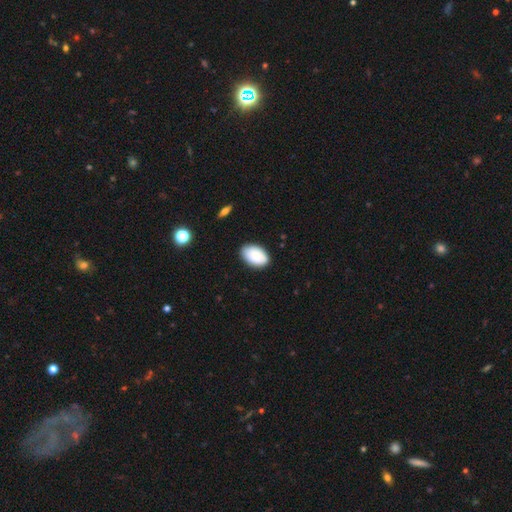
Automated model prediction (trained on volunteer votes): smooth-or-featured: smooth: 85% | featured or disk: 9% | star or artifact: 7%
  how-rounded: in between: 92% | round: 7% | cigar-shaped: 1%
  merging: none: 83% | minor disturbance: 13% | major disturbance: 2% | merger: 1%